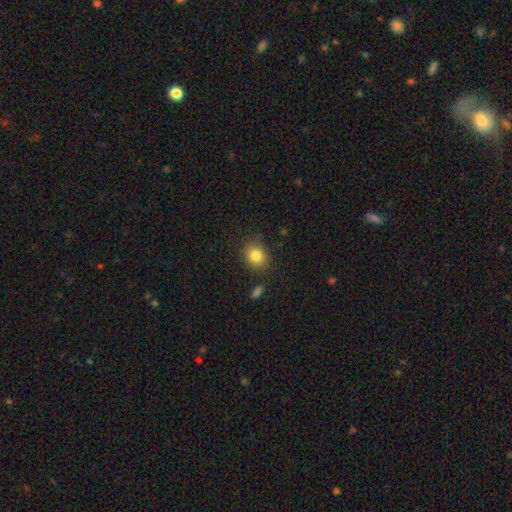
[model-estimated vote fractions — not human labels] smooth 83%, star or artifact 10%, featured or disk 7%. Down the decision tree: how rounded — round (67%); merging — none (84%).